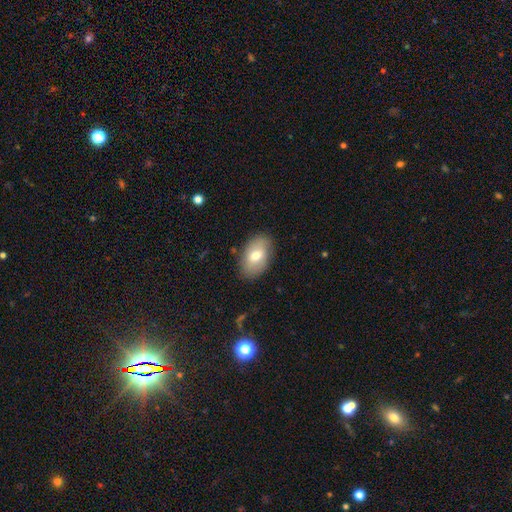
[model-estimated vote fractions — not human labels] smooth_or_featured: smooth (p=0.67) [alt: featured or disk p=0.25]
how_rounded: in between (p=0.90) [alt: round p=0.09]
merging: none (p=0.84) [alt: minor disturbance p=0.12]